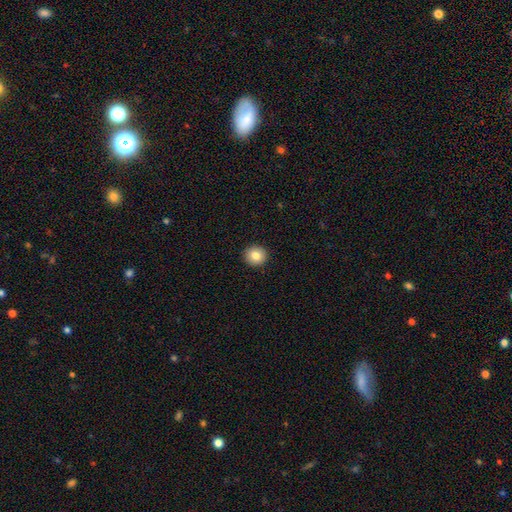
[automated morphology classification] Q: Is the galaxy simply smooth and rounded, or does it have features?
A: smooth — 84%.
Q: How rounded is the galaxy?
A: round — 91%.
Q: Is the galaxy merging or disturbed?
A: none — 93%.